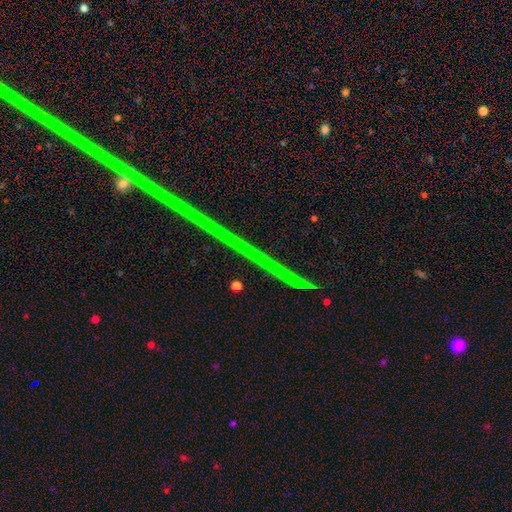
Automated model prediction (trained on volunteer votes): Smooth or featured: star or artifact — 89% (featured or disk — 7%)